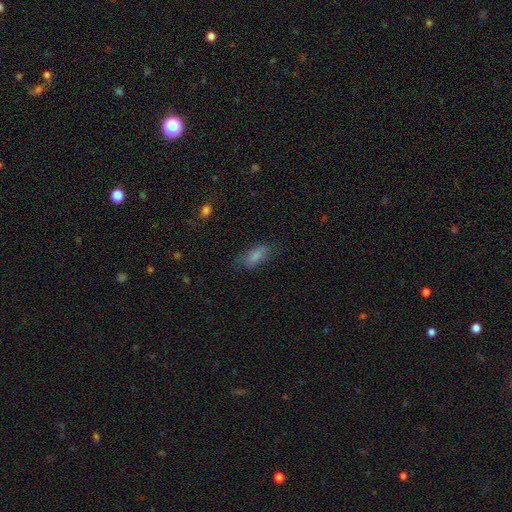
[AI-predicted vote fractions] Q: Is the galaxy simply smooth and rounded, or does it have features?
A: smooth — 81%.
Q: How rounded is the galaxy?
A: in between — 74%.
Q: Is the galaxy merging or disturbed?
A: none — 70%.